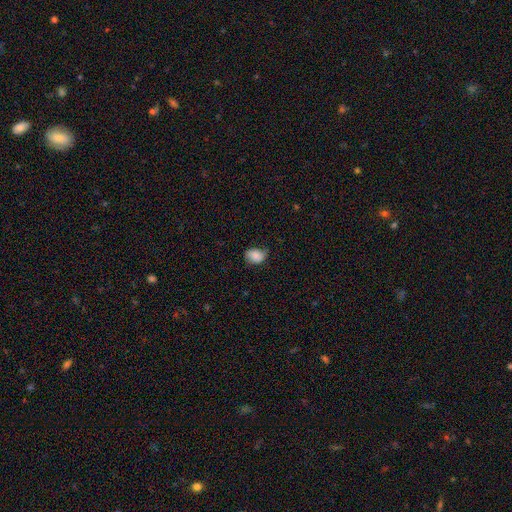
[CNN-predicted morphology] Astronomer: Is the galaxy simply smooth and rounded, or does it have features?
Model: smooth — 81%.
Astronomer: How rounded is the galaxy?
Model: in between — 69%.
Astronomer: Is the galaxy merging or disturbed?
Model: none — 59%.